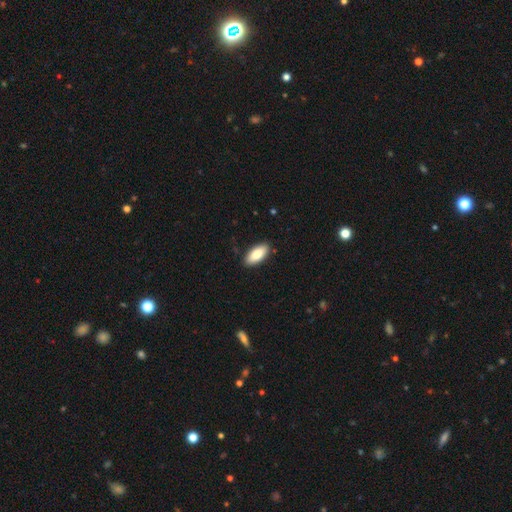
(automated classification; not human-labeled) A smooth galaxy with no disk features (83%) that is in between round and cigar-shaped (89%). Merging: none (88%).